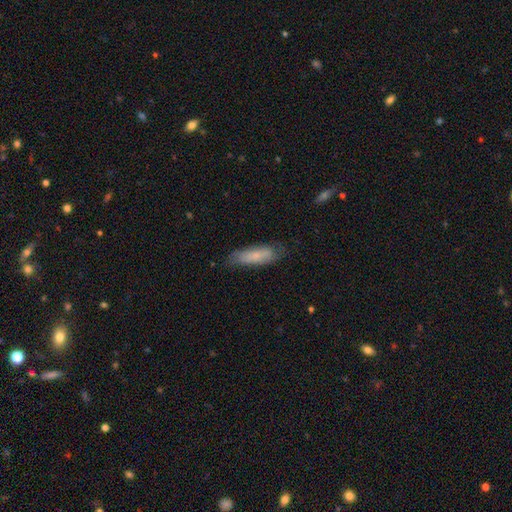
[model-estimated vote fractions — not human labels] Q: Smooth or featured?
A: smooth (71%); runner-up: featured or disk (23%)
Q: How rounded?
A: cigar-shaped (58%); runner-up: in between (40%)
Q: Merging?
A: none (71%); runner-up: minor disturbance (22%)